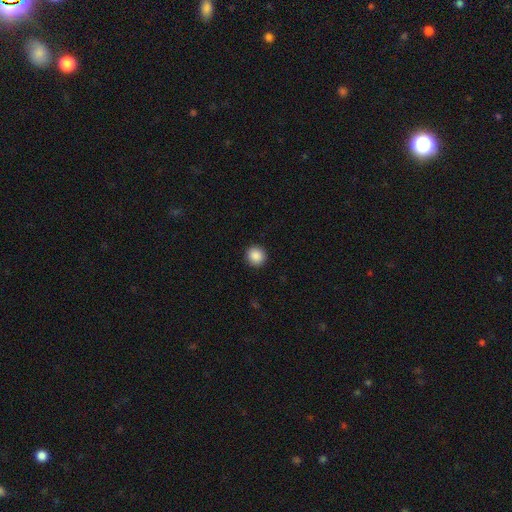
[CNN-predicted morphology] A smooth galaxy with no disk features (89%) that is round (93%). Merging: none (93%).